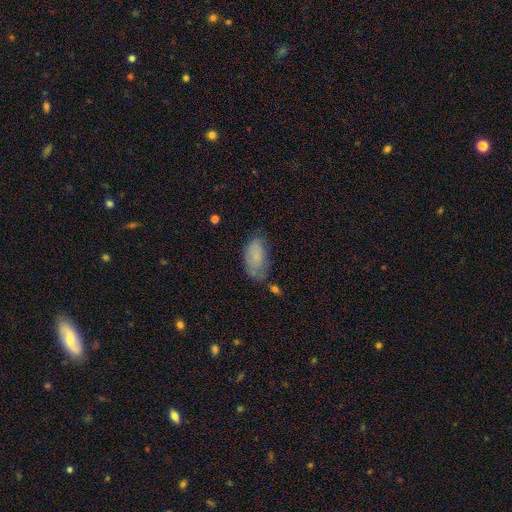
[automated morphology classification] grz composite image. It shows a smooth galaxy with no disk features (76%) that is in between round and cigar-shaped (93%). Merging: none (57%).